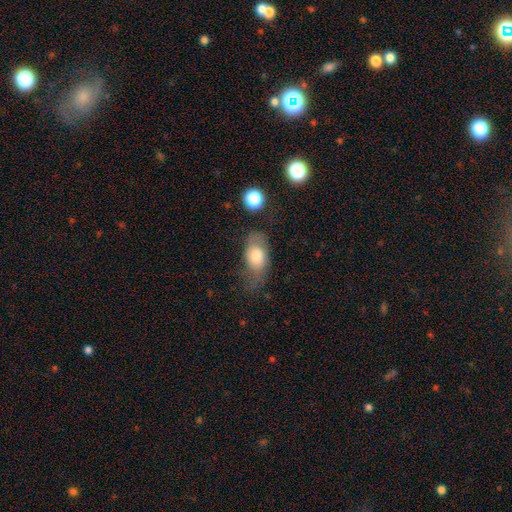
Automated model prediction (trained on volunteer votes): smooth 69%, featured or disk 23%, star or artifact 8%. Down the decision tree: how rounded — in between (86%); merging — none (49%).